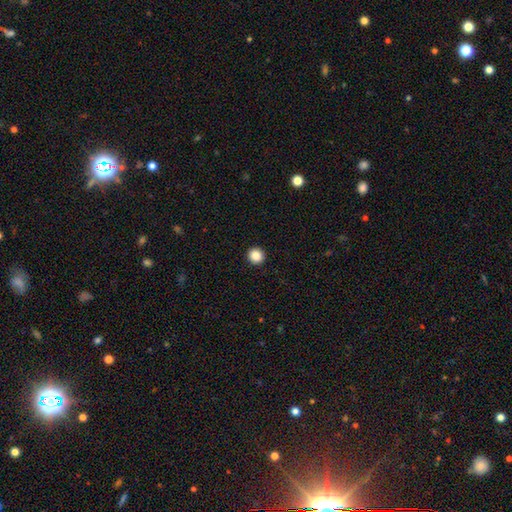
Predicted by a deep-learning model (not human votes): This is clearly a smooth galaxy (87%). How rounded: clearly round (94%). Merging: clearly none (93%).